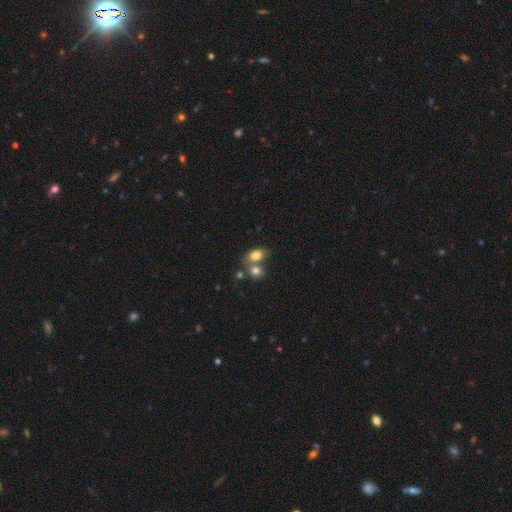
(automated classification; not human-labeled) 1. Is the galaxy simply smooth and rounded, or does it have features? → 80% smooth, 10% star or artifact, 10% featured or disk.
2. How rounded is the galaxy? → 72% in between, 26% round, 2% cigar-shaped.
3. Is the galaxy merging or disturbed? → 44% merger, 39% none, 12% minor disturbance, 5% major disturbance.